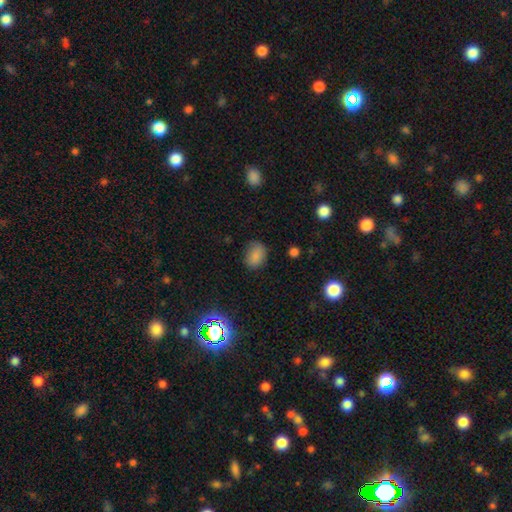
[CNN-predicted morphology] This appears to be a smooth galaxy with no disk features (83%) that is in between round and cigar-shaped (70%). Merging: none (77%).